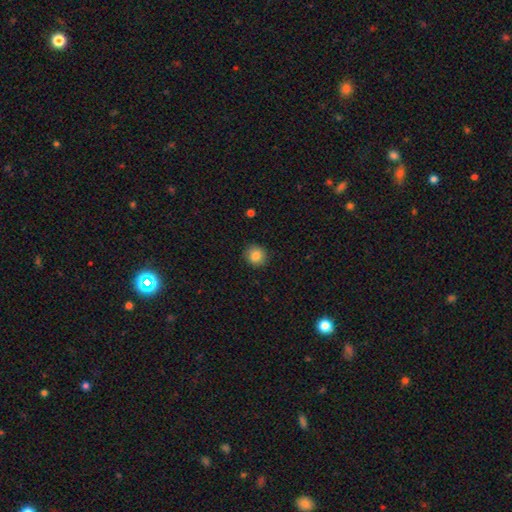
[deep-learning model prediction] smooth_or_featured: smooth (p=0.84) [alt: star or artifact p=0.10]
how_rounded: round (p=0.88) [alt: in between p=0.11]
merging: none (p=0.90) [alt: minor disturbance p=0.07]